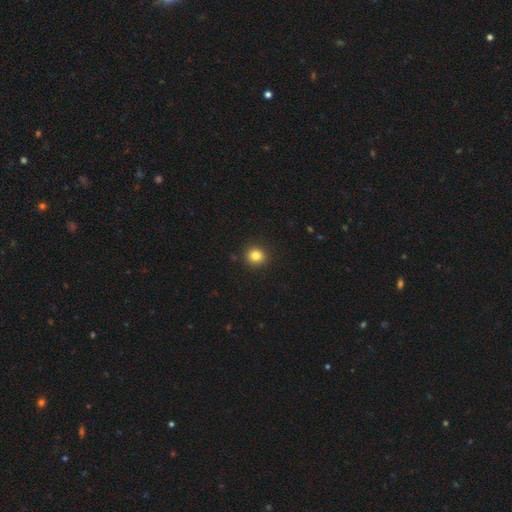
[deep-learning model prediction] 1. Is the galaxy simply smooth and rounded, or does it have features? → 83% smooth, 11% star or artifact, 5% featured or disk.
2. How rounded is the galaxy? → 87% round, 12% in between, 1% cigar-shaped.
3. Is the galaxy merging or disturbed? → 91% none, 6% minor disturbance, 2% major disturbance, 1% merger.